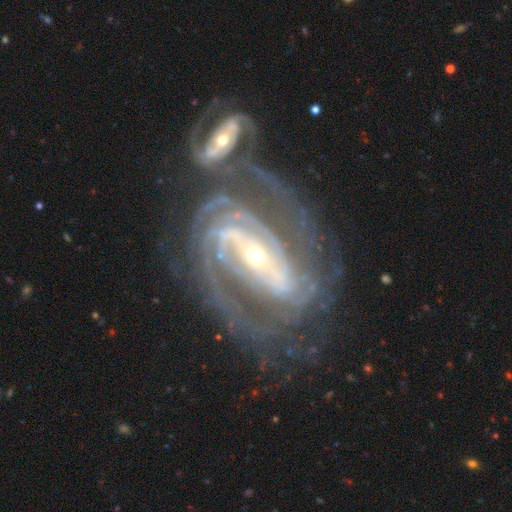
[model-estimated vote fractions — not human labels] featured or disk 91%, star or artifact 5%, smooth 3%. Down the decision tree: edge-on disk — no (96%); bar — strong (58%); spiral arms — yes (98%); spiral arm count — 2 (43%); spiral winding — tight (59%); bulge size — small (62%); merging — none (38%).